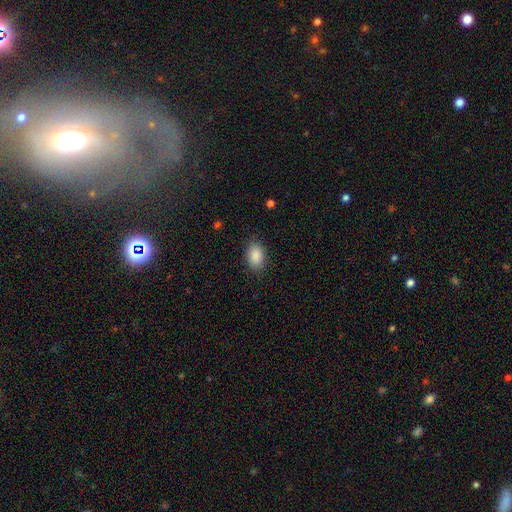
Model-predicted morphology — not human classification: A smooth galaxy with no disk features (89%) that is in between round and cigar-shaped (87%). Merging: none (86%).